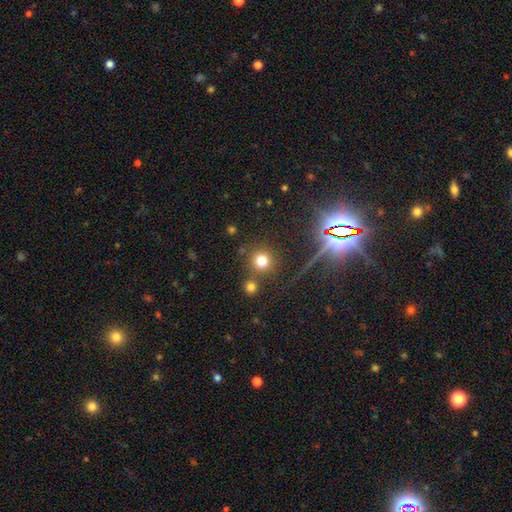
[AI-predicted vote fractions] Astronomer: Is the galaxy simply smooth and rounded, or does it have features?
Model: smooth — 60%.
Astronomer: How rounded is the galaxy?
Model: round — 92%.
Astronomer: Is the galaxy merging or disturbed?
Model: none — 79%.